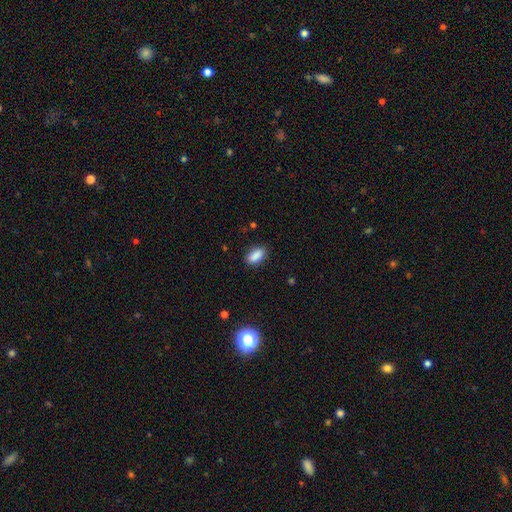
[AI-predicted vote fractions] smooth-or-featured: smooth: 88% | star or artifact: 8% | featured or disk: 4%
  how-rounded: in between: 89% | cigar-shaped: 7% | round: 4%
  merging: none: 86% | minor disturbance: 10% | major disturbance: 2% | merger: 1%